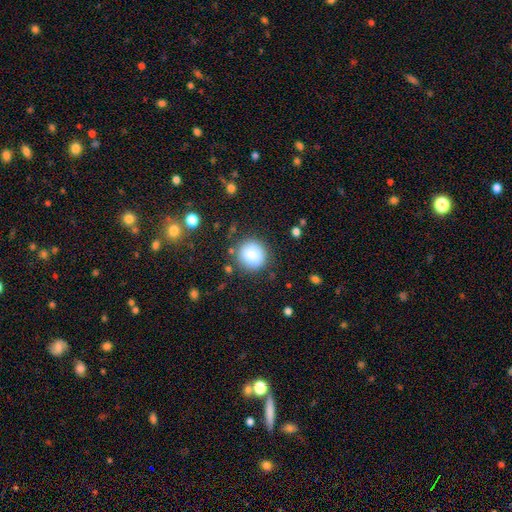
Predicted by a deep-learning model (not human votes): Smooth or featured? smooth (86%)
How rounded? round (93%)
Merging? none (85%)